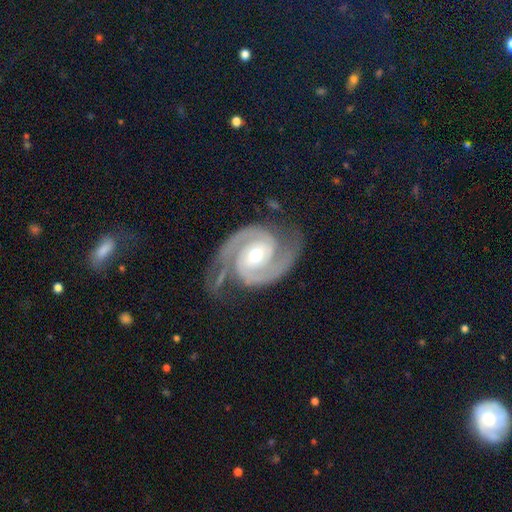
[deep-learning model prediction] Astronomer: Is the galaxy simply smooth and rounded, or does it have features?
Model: featured or disk — 94%.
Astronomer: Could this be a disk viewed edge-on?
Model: no — 98%.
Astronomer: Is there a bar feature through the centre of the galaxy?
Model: no — 52% (runner-up: weak, 31%).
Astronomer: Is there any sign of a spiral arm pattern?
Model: yes — 99%.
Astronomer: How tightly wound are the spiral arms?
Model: tight — 51% (runner-up: medium, 43%).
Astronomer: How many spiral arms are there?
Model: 2 — 93%.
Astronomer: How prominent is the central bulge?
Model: moderate — 72%.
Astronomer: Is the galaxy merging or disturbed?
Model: none — 77%.